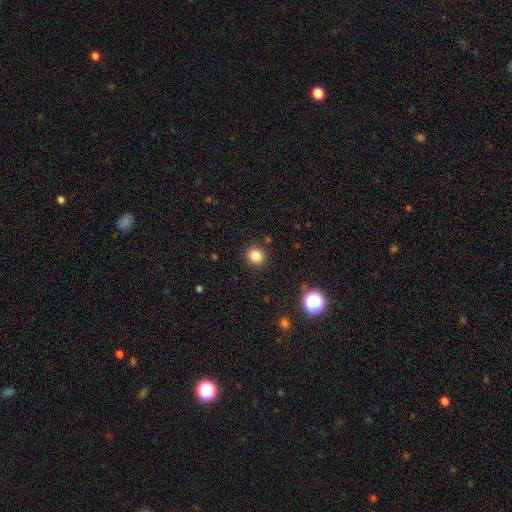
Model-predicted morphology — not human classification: A smooth galaxy with no disk features (83%) that is round (84%). Merging: none (89%).